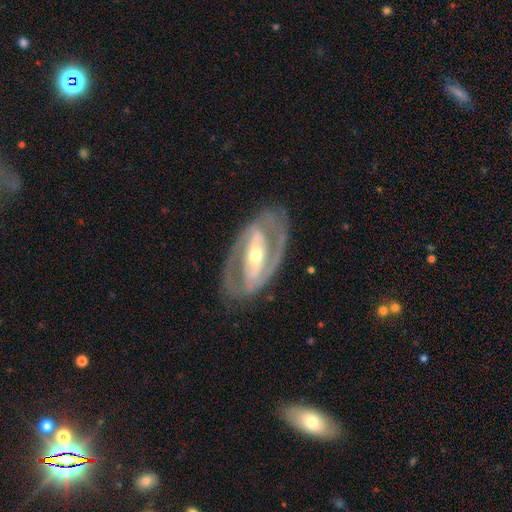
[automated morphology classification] This appears to be a featured or disk galaxy (86%) with a strong bar (54%), 2 (84%) tight (44%) spiral arms (76%) and a moderate central bulge (59%). Merging: none (79%).